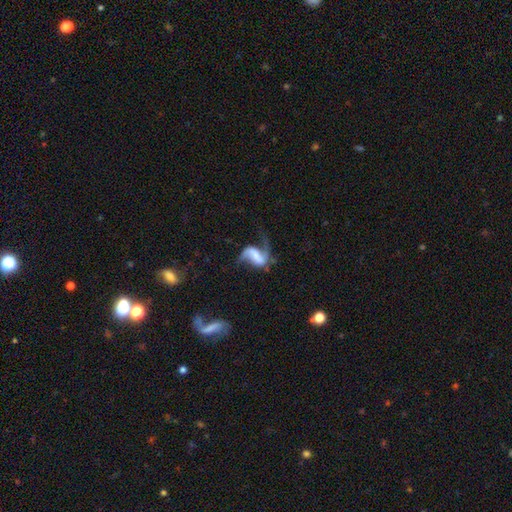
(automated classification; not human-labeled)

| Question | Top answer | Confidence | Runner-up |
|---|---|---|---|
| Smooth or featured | featured or disk | 77% | smooth (15%) |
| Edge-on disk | no | 97% | yes (3%) |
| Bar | strong | 39% | weak (36%) |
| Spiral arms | yes | 91% | no (9%) |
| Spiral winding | loose | 70% | medium (24%) |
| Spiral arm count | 2 | 83% | 1 (11%) |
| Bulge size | none | 43% | small (21%) |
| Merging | none | 43% | major disturbance (32%) |